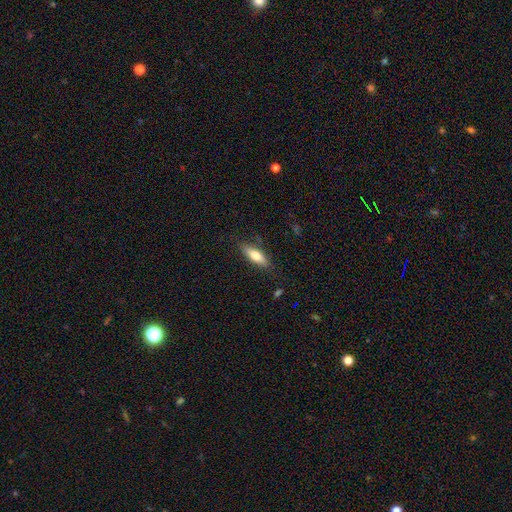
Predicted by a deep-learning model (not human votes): The model was most divided on "how rounded" (2-way tie): cigar-shaped: 49%, in between: 49%, round: 2%. More confident: merging — none (83%); smooth or featured — smooth (70%).